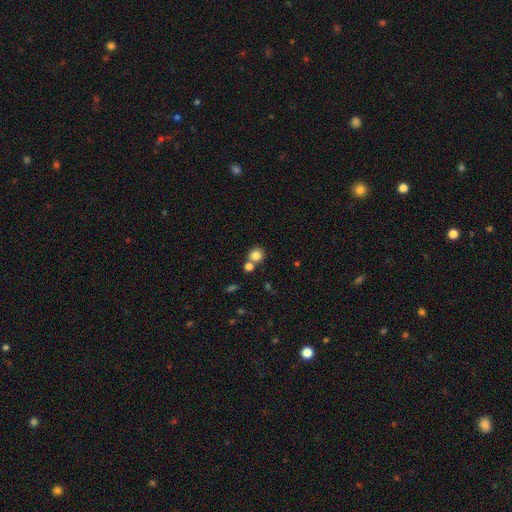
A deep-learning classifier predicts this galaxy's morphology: Smooth or featured? Predicted: smooth (p=0.82). How rounded? Predicted: round (p=0.87). Merging? Predicted: none (p=0.59).